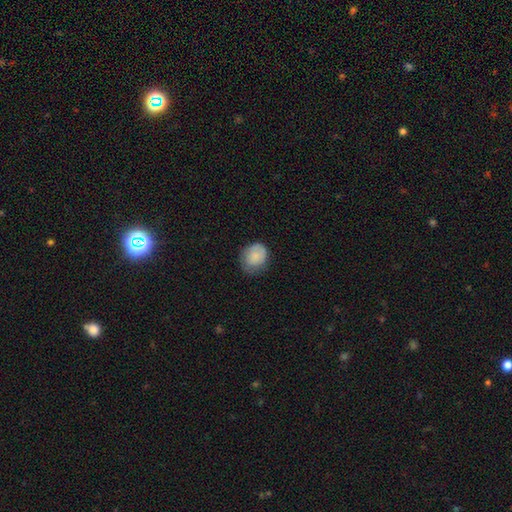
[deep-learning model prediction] Smooth or featured? Predicted: smooth (p=0.81). How rounded? Predicted: round (p=0.63). Merging? Predicted: none (p=0.56).